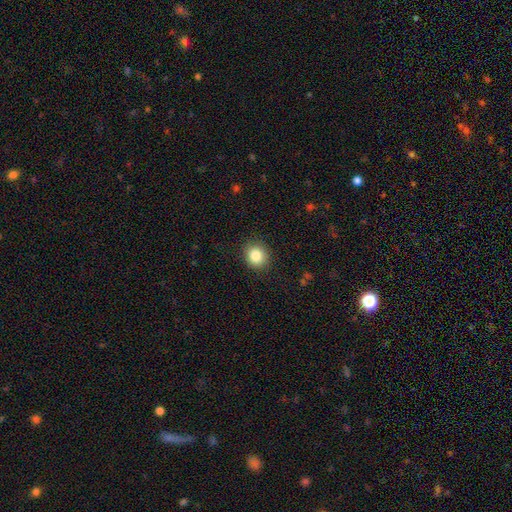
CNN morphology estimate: This appears to be a smooth galaxy with no disk features (85%) that is round (80%). Merging: none (89%).